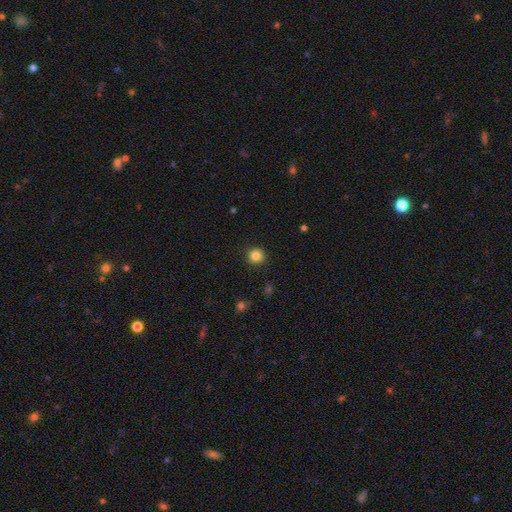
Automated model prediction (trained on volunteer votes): This appears to be a smooth galaxy with no disk features (84%) that is round (92%). Merging: none (91%).